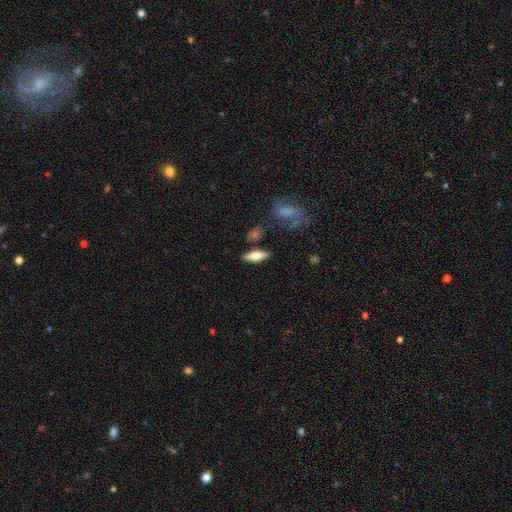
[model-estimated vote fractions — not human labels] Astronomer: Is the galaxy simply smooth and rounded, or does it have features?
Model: smooth — 59%.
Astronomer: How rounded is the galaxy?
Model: in between — 62%.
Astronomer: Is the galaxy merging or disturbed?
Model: none — 80%.